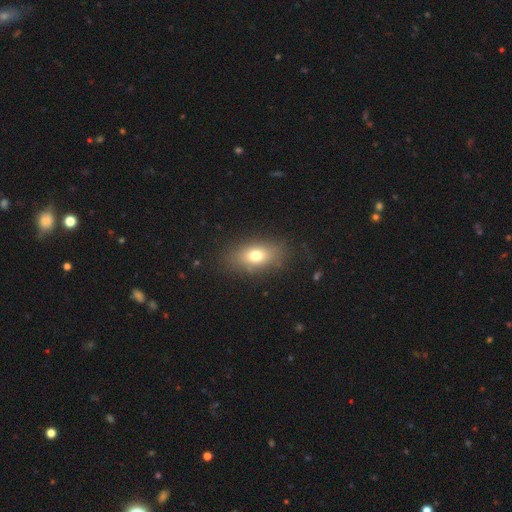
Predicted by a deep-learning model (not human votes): Smooth or featured? smooth (73%)
How rounded? in between (81%)
Merging? none (82%)